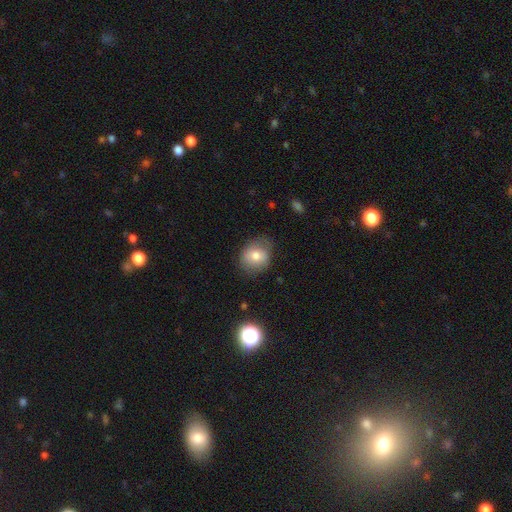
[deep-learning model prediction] smooth_or_featured: smooth (p=0.73) [alt: featured or disk p=0.18]
how_rounded: round (p=0.60) [alt: in between p=0.39]
merging: none (p=0.70) [alt: minor disturbance p=0.22]